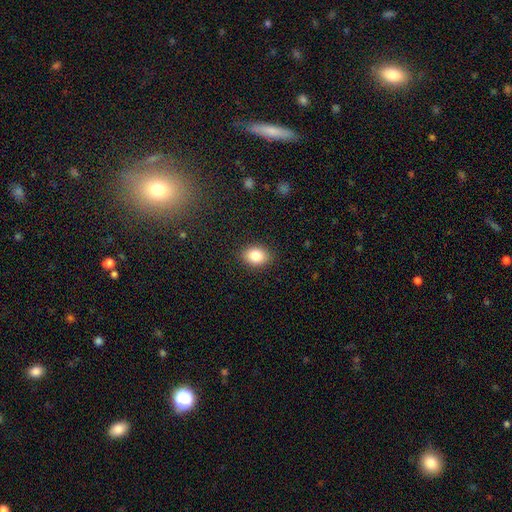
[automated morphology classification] A smooth galaxy with no disk features (84%) that is in between round and cigar-shaped (69%).

Vote fractions:
- Smooth or featured? smooth: 84% / star or artifact: 9% / featured or disk: 7%
- How rounded? in between: 69% / round: 30% / cigar-shaped: 1%
- Merging? none: 88% / minor disturbance: 8% / major disturbance: 2% / merger: 1%